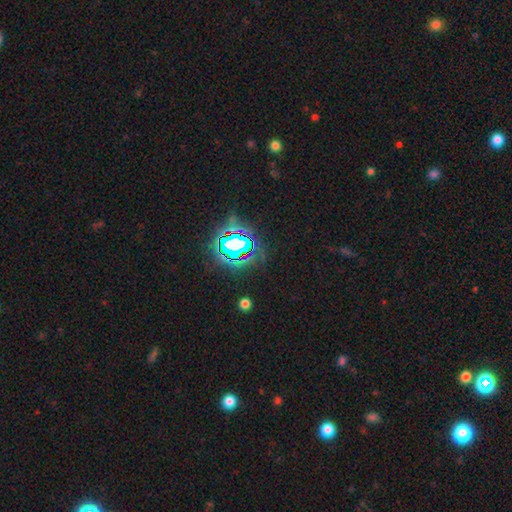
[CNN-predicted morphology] Smooth or featured: star or artifact — 82% (smooth — 11%)